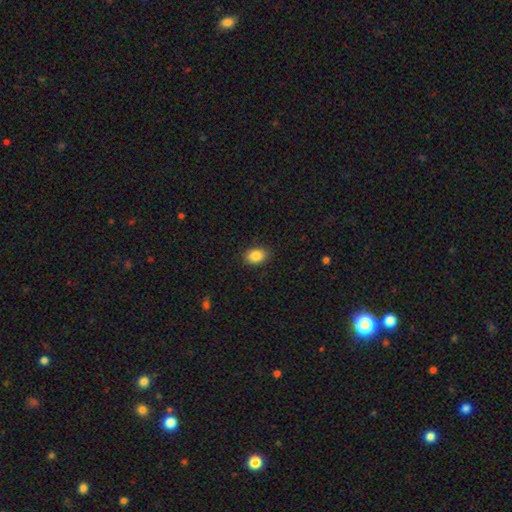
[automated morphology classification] Overall: smooth (87%). How rounded: in between (76%). Merging: none (87%).